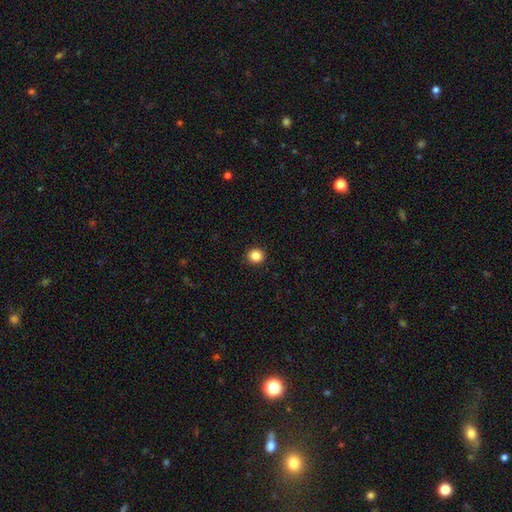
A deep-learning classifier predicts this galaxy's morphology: Overall: smooth (86%). How rounded: round (90%). Merging: none (93%).